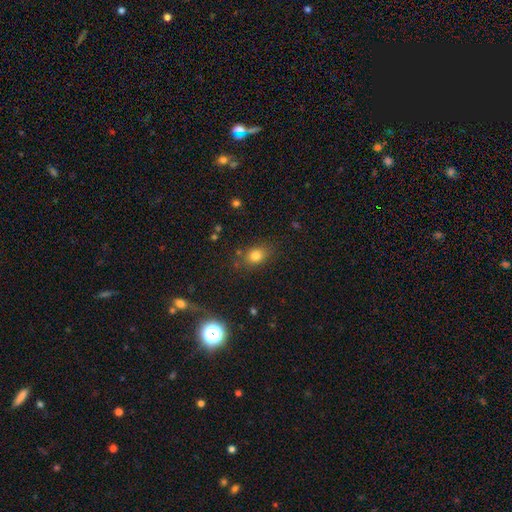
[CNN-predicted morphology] smooth-or-featured: smooth: 79% | star or artifact: 13% | featured or disk: 8%
  how-rounded: in between: 58% | round: 39% | cigar-shaped: 2%
  merging: none: 78% | minor disturbance: 14% | major disturbance: 5% | merger: 3%